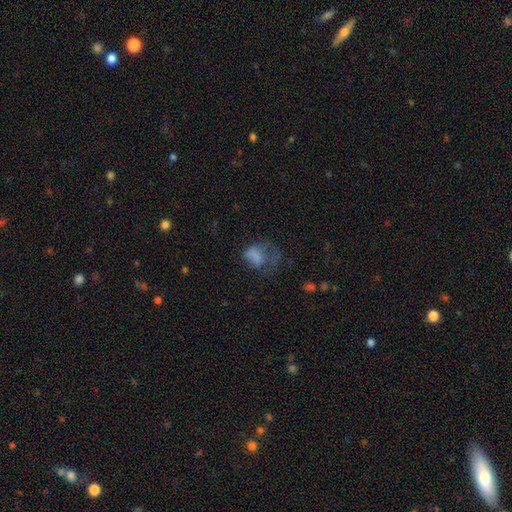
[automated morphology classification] This is likely a smooth galaxy (64%). How rounded: likely in between (69%). Merging: possibly major disturbance (55%).